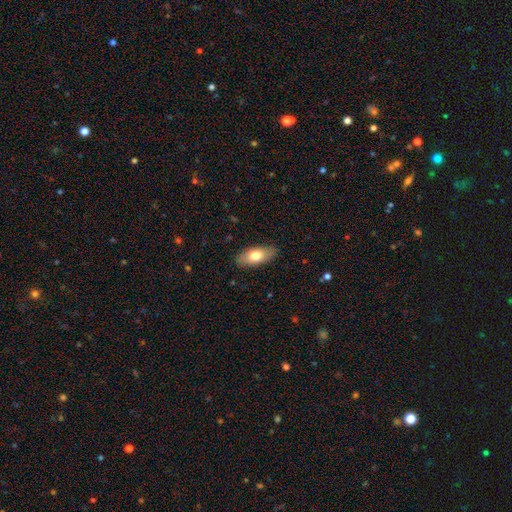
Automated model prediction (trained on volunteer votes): Smooth or featured? smooth (74%)
How rounded? in between (86%)
Merging? none (86%)